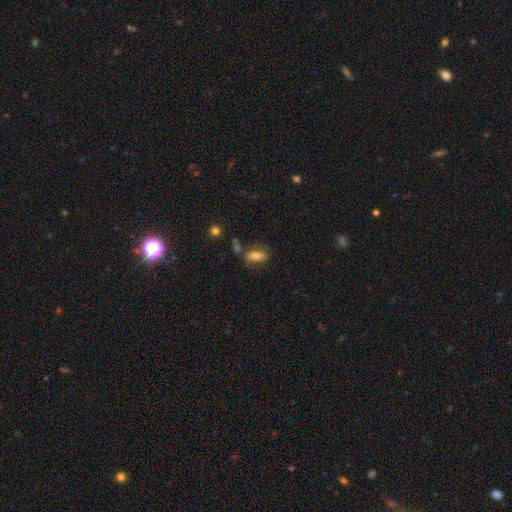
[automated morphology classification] A smooth galaxy with no disk features (65%) that is in between round and cigar-shaped (76%).

Vote fractions:
- Smooth or featured? smooth: 65% / featured or disk: 25% / star or artifact: 10%
- How rounded? in between: 76% / cigar-shaped: 17% / round: 6%
- Merging? none: 55% / minor disturbance: 19% / merger: 16% / major disturbance: 10%